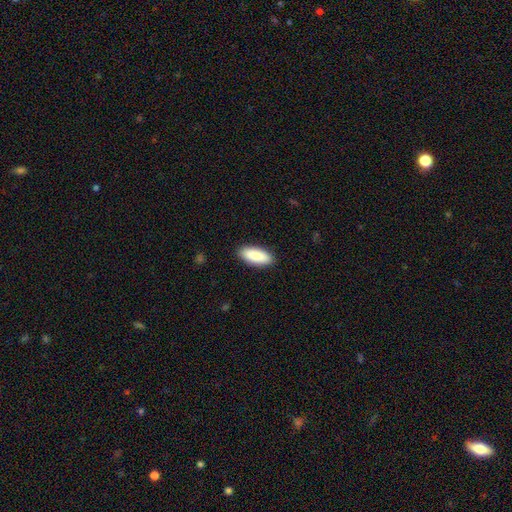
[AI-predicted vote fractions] Morphology: type=smooth (90%); roundness=in between (82%); merging=none (90%).